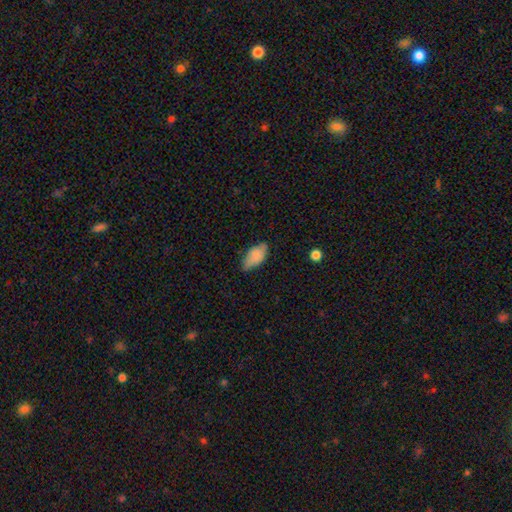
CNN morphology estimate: This is clearly a smooth galaxy (84%). How rounded: clearly in between (92%). Merging: likely none (67%).